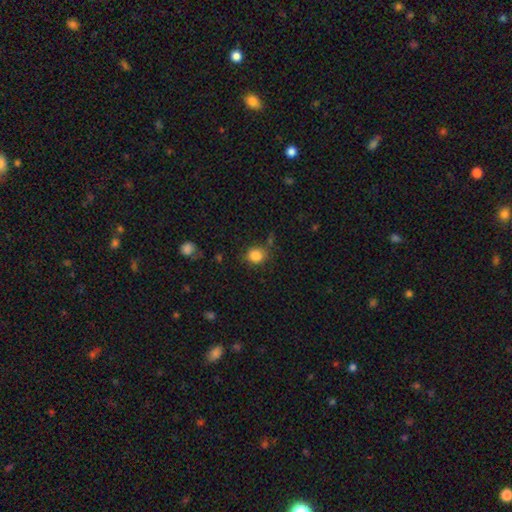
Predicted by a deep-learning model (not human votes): smooth-or-featured: smooth: 85% | star or artifact: 10% | featured or disk: 5%
  how-rounded: round: 74% | in between: 25% | cigar-shaped: 1%
  merging: none: 78% | minor disturbance: 14% | major disturbance: 4% | merger: 4%